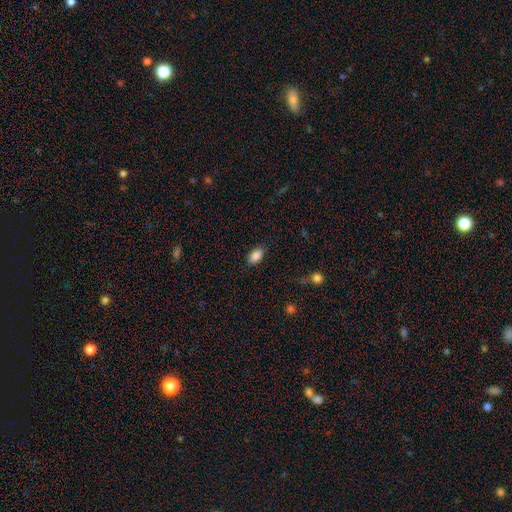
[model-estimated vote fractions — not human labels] The model was most divided on "merging": none: 85%, minor disturbance: 11%, major disturbance: 3%, merger: 1%. More confident: how rounded — in between (92%); smooth or featured — smooth (87%).